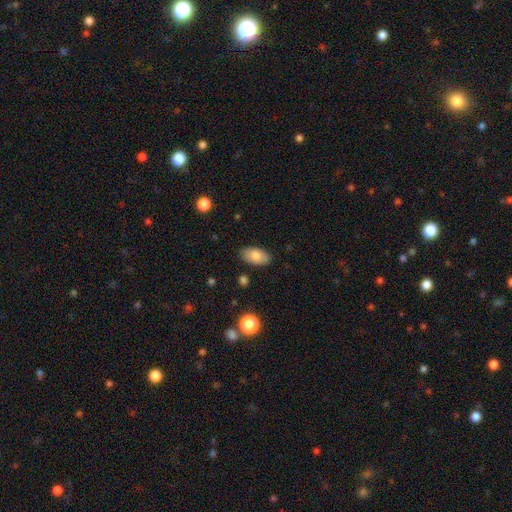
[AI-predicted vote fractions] Morphology: type=smooth (80%); roundness=in between (93%); merging=none (84%).